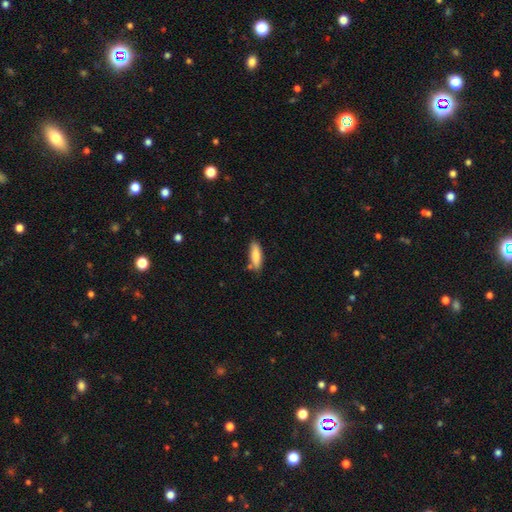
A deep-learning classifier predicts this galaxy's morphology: This is clearly a smooth galaxy (82%). How rounded: possibly cigar-shaped (49%, tied with in between). Merging: likely none (75%).